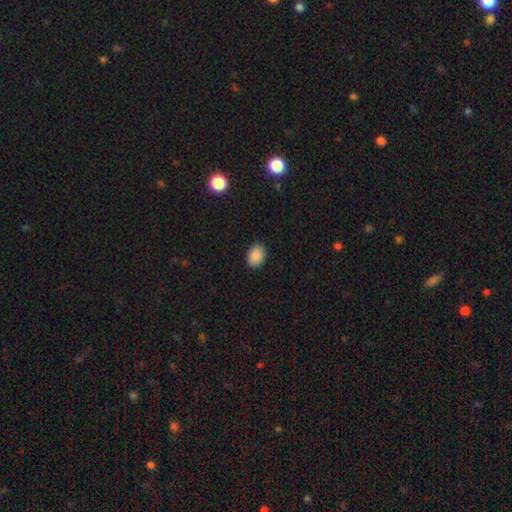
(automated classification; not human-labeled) smooth-or-featured: smooth: 89% | star or artifact: 8% | featured or disk: 3%
  how-rounded: in between: 77% | round: 22% | cigar-shaped: 1%
  merging: none: 89% | minor disturbance: 8% | major disturbance: 2% | merger: 1%